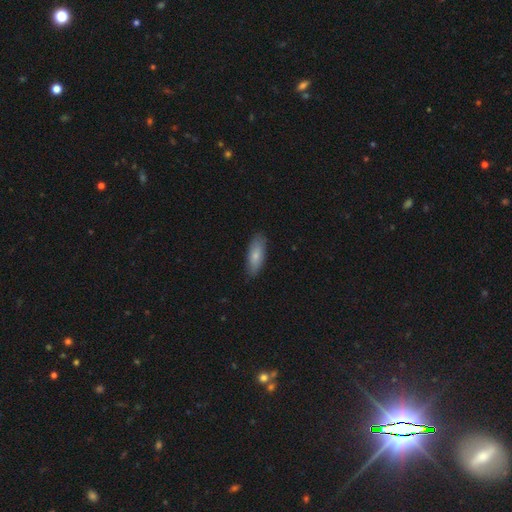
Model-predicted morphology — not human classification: smooth 79%, featured or disk 16%, star or artifact 6%. Down the decision tree: how rounded — in between (66%); merging — none (85%).